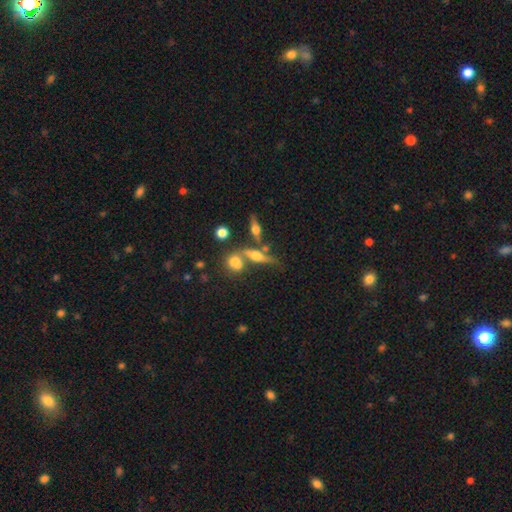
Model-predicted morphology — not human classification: Smooth or featured? Predicted: featured or disk (p=0.52). Edge-on disk? Predicted: yes (p=0.84). Merging? Predicted: none (p=0.51).